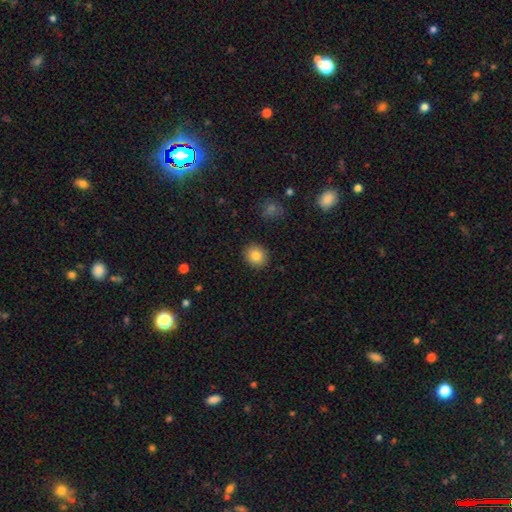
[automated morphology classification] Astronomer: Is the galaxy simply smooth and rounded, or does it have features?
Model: smooth — 84%.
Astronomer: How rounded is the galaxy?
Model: round — 80%.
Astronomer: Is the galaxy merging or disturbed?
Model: none — 91%.